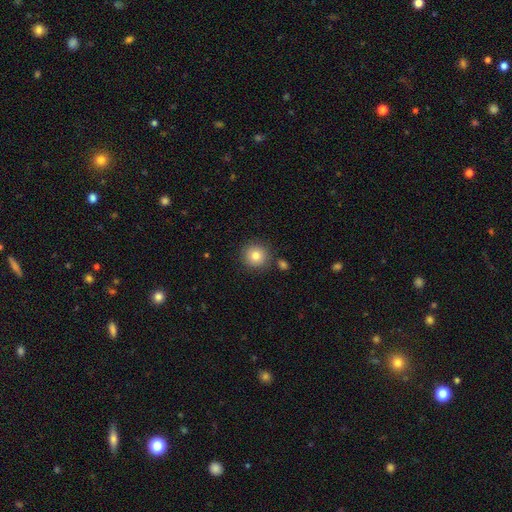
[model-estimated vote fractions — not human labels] Q: Smooth or featured?
A: smooth (83%); runner-up: star or artifact (10%)
Q: How rounded?
A: round (94%); runner-up: in between (5%)
Q: Merging?
A: none (85%); runner-up: minor disturbance (8%)